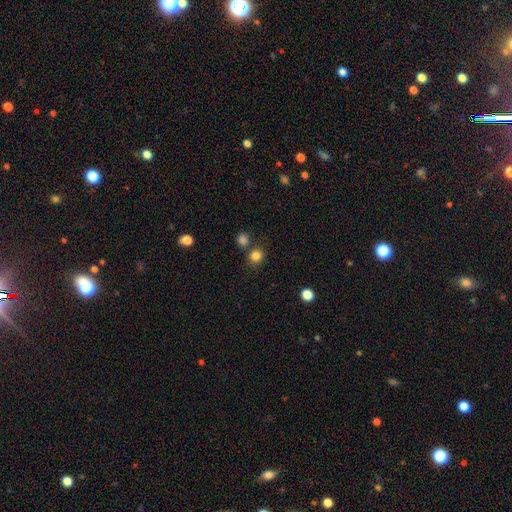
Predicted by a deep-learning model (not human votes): This is clearly a smooth galaxy (83%). How rounded: clearly round (86%). Merging: likely none (74%).